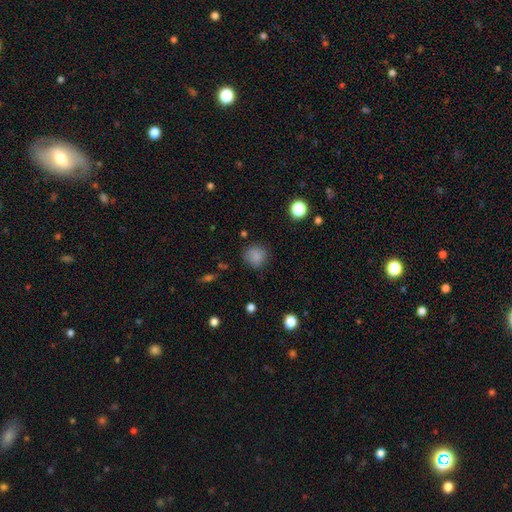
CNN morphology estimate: This is clearly a smooth galaxy (83%). How rounded: clearly round (86%). Merging: clearly none (83%).